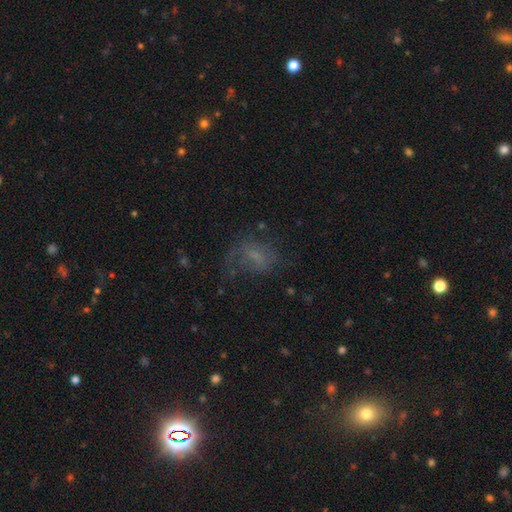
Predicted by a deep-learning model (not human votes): Q: Smooth or featured?
A: smooth (43%); runner-up: featured or disk (36%)
Q: Merging?
A: none (45%); runner-up: major disturbance (31%)